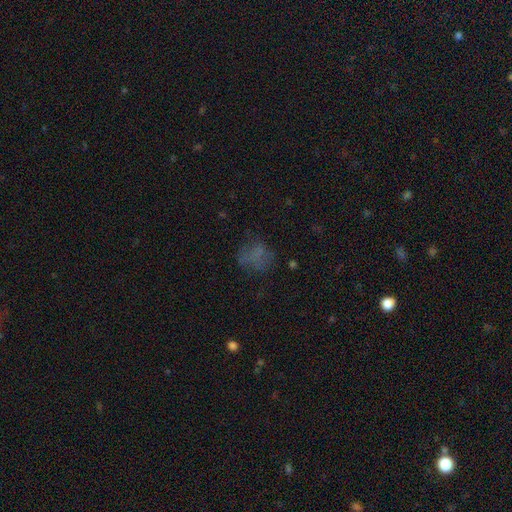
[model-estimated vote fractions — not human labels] Morphology: type=smooth (56%); roundness=round (59%); merging=none (54%).